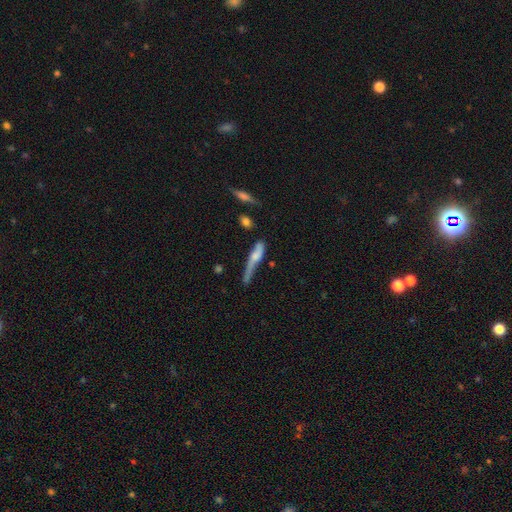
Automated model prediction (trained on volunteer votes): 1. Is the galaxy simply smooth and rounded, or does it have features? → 54% smooth, 39% featured or disk, 7% star or artifact.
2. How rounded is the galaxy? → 80% cigar-shaped, 18% in between, 3% round.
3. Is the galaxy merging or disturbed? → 30% none, 29% minor disturbance, 29% major disturbance, 12% merger.